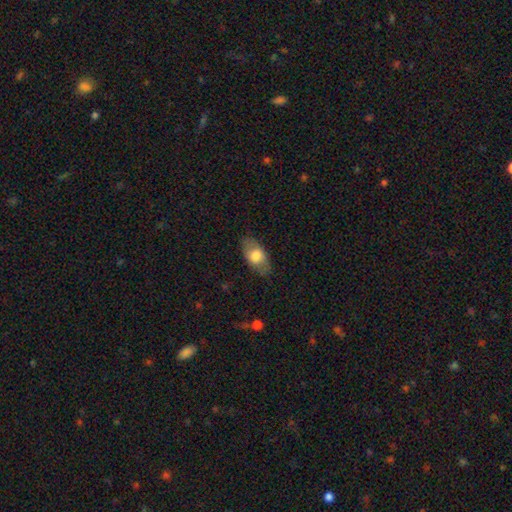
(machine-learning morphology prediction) smooth 70%, featured or disk 23%, star or artifact 6%. Down the decision tree: how rounded — in between (90%); merging — none (80%).